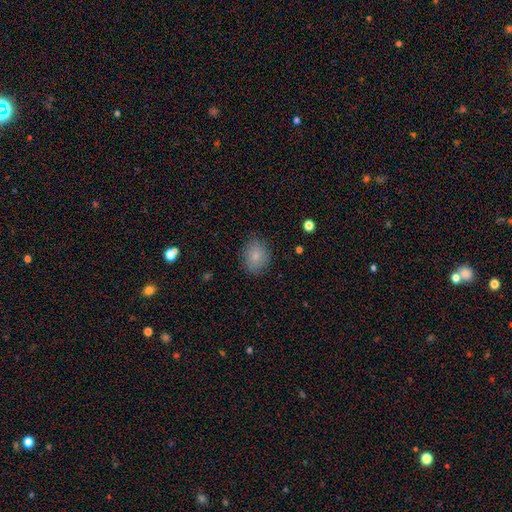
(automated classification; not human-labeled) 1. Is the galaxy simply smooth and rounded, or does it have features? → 84% smooth, 8% star or artifact, 8% featured or disk.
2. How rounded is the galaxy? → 52% round, 47% in between, 1% cigar-shaped.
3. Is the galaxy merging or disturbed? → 83% none, 13% minor disturbance, 3% major disturbance, 1% merger.